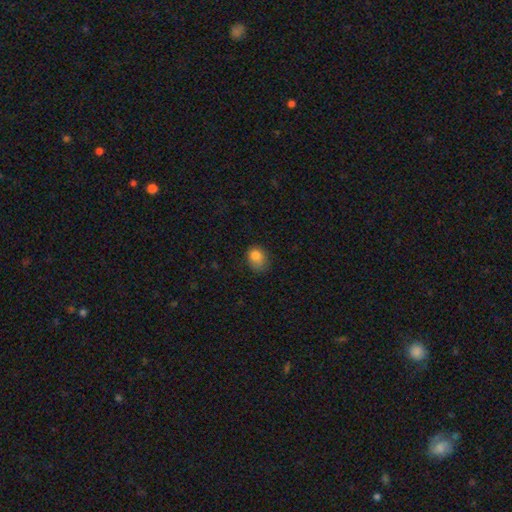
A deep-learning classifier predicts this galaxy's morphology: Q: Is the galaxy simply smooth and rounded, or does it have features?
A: smooth — 80%.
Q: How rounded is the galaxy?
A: round — 50%.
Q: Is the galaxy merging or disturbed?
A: none — 52%.